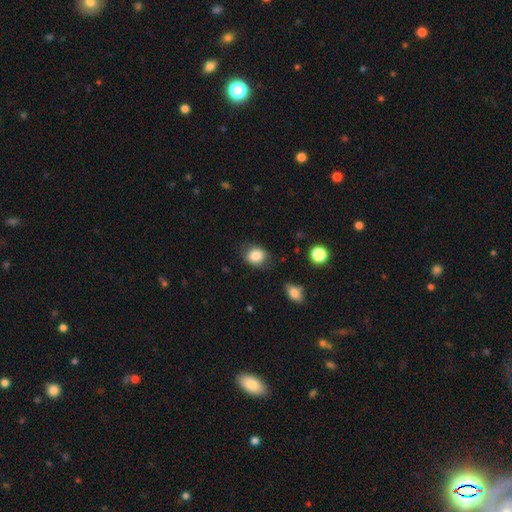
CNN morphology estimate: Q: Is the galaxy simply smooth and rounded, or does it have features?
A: smooth — 84%.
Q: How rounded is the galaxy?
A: round — 64%.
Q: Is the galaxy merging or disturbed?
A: none — 75%.